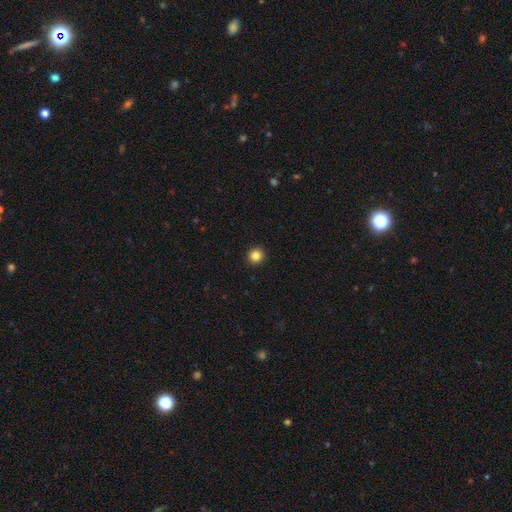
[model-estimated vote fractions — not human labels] Smooth or featured: smooth — 84% (star or artifact — 11%)
How rounded: round — 93% (in between — 6%)
Merging: none — 94% (minor disturbance — 4%)